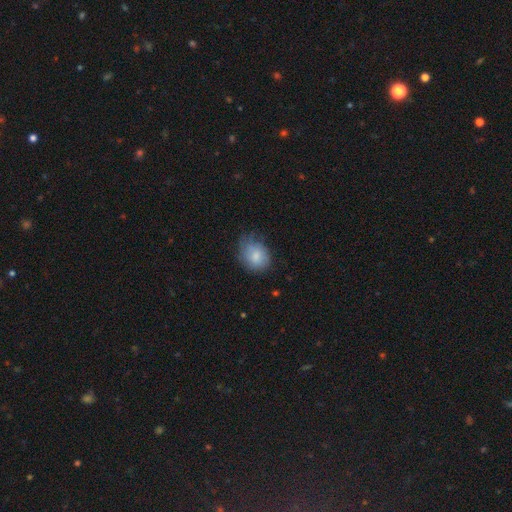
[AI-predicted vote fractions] Smooth or featured? smooth (77%)
How rounded? round (52%)
Merging? none (48%)